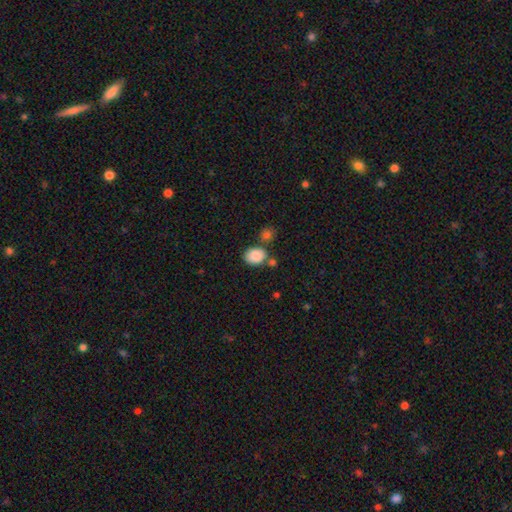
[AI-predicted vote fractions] Smooth or featured: smooth — 86% (star or artifact — 8%)
How rounded: in between — 62% (round — 37%)
Merging: none — 59% (merger — 19%)